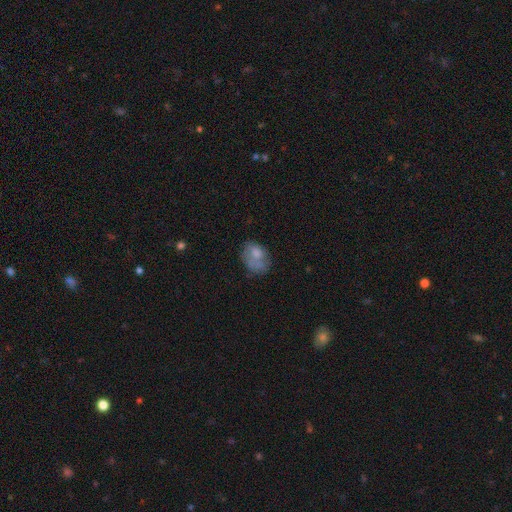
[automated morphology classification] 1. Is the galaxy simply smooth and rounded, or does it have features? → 63% smooth, 28% featured or disk, 9% star or artifact.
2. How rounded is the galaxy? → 71% in between, 28% round, 1% cigar-shaped.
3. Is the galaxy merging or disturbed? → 42% none, 27% minor disturbance, 19% major disturbance, 12% merger.